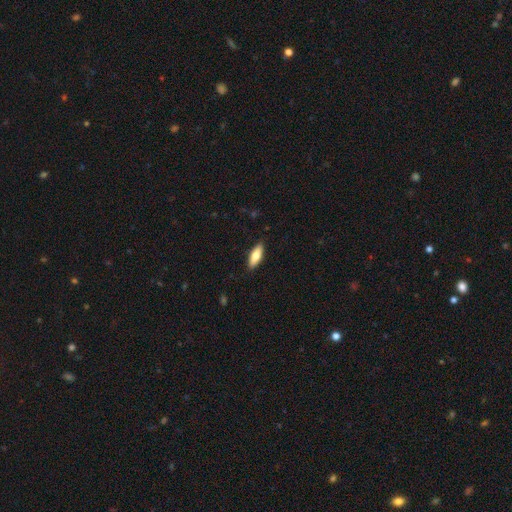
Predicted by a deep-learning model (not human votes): smooth-or-featured: smooth: 75% | featured or disk: 19% | star or artifact: 6%
  how-rounded: in between: 64% | cigar-shaped: 34% | round: 2%
  merging: none: 88% | minor disturbance: 9% | major disturbance: 2% | merger: 1%